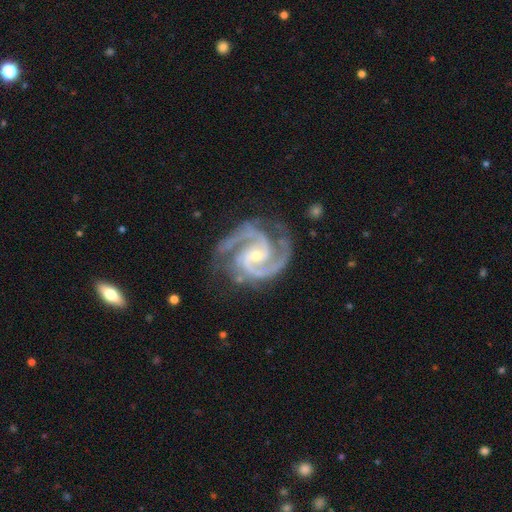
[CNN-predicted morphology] smooth-or-featured: featured or disk: 95% | star or artifact: 4% | smooth: 2%
  disk-edge-on: no: 98% | yes: 2%
    bar: no: 47% | weak: 36% | strong: 17%
    has-spiral-arms: yes: 99% | no: 1%
      spiral-winding: medium: 54% | tight: 41% | loose: 5%
      spiral-arm-count: 2: 73% | 3: 18% | can't tell: 2% | 4: 2% | 1: 2% | more than 4: 2%
    bulge-size: small: 63% | moderate: 34% | none: 1% | large: 1% | dominant: 1%
  merging: none: 74% | minor disturbance: 18% | major disturbance: 6% | merger: 2%